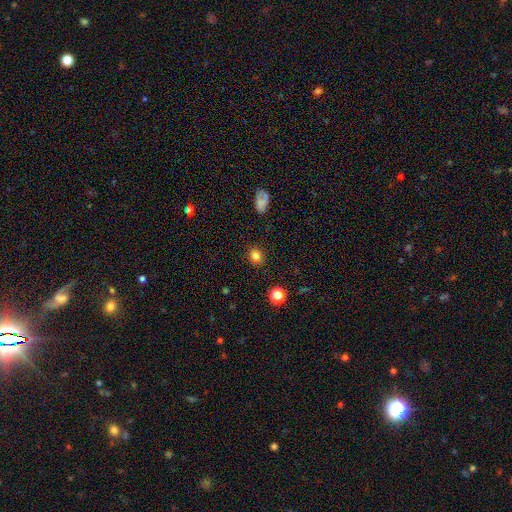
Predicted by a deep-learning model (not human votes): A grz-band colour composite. It shows a smooth galaxy with no disk features (82%) that is round (71%). Merging: none (88%).